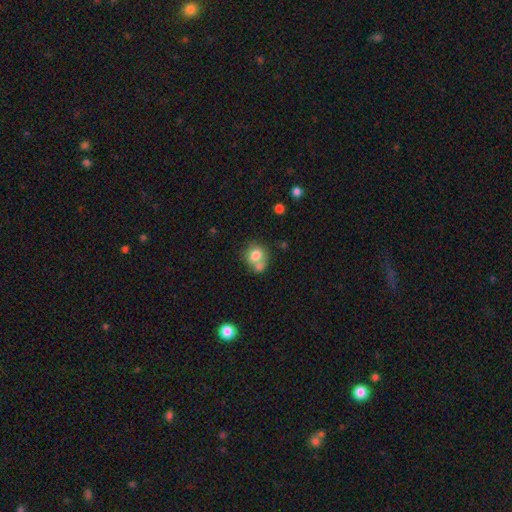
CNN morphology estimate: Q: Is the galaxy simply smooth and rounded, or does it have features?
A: smooth — 78%.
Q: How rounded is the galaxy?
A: round — 72%.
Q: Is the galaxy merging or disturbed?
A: merger — 42%.